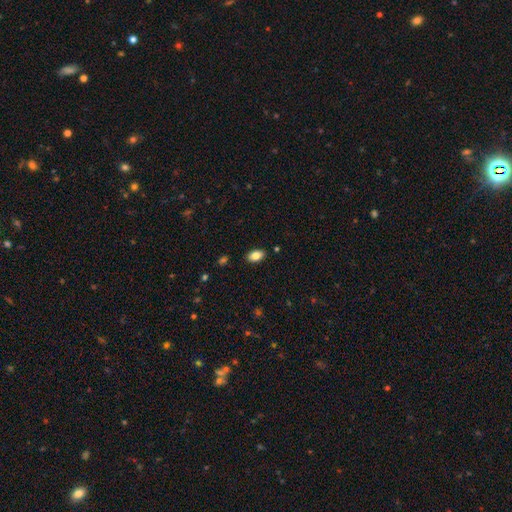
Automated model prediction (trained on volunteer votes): The model was most divided on "smooth or featured": smooth: 83%, featured or disk: 9%, star or artifact: 8%. More confident: how rounded — in between (90%); merging — none (87%).